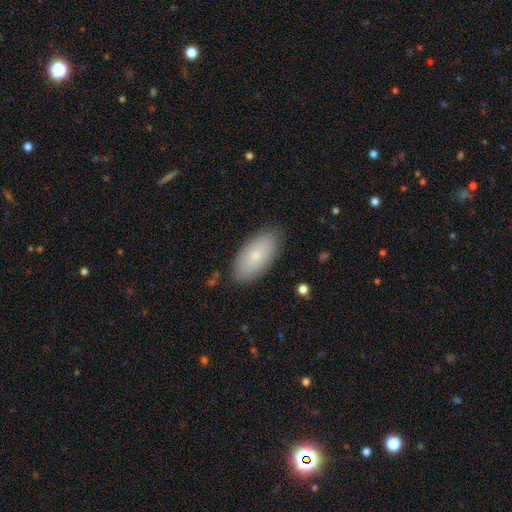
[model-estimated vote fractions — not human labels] Smooth or featured: smooth — 76% (featured or disk — 18%)
How rounded: in between — 93% (cigar-shaped — 4%)
Merging: none — 85% (minor disturbance — 12%)